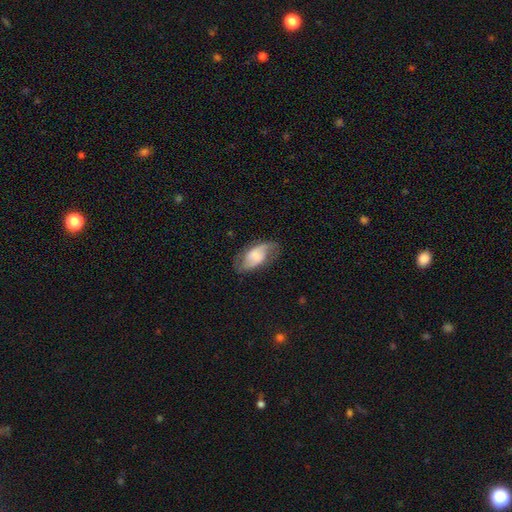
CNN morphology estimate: Smooth or featured? Predicted: featured or disk (p=0.56). Edge-on disk? Predicted: no (p=0.94). Bar? Predicted: weak (p=0.43). Spiral arms? Predicted: yes (p=0.86). Bulge size? Predicted: moderate (p=0.28, tied with small). Merging? Predicted: none (p=0.66).